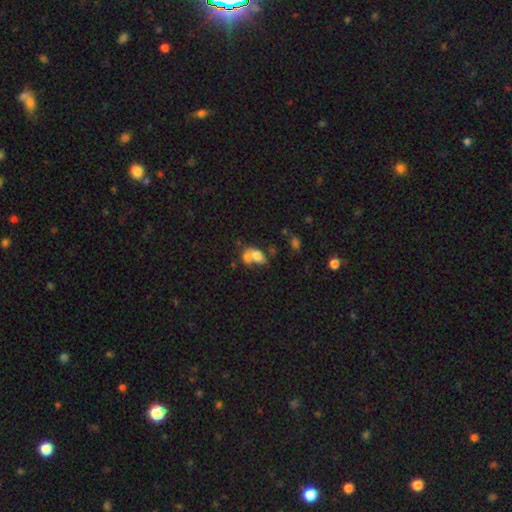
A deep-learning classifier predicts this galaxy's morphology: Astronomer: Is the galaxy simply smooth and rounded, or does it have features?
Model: smooth — 68%.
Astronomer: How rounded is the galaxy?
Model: in between — 80%.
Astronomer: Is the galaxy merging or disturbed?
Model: merger — 62%.